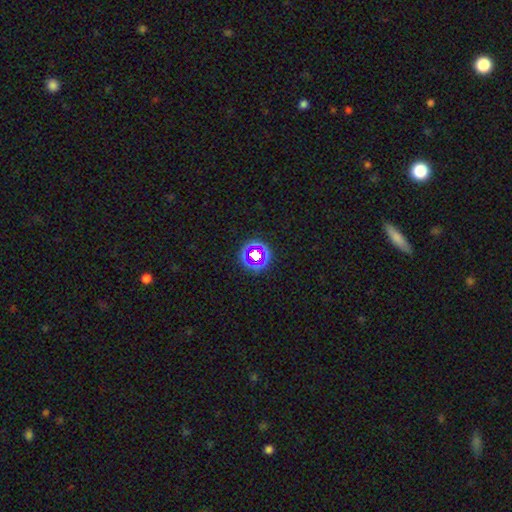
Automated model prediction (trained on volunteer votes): Smooth or featured? Predicted: star or artifact (p=0.52).